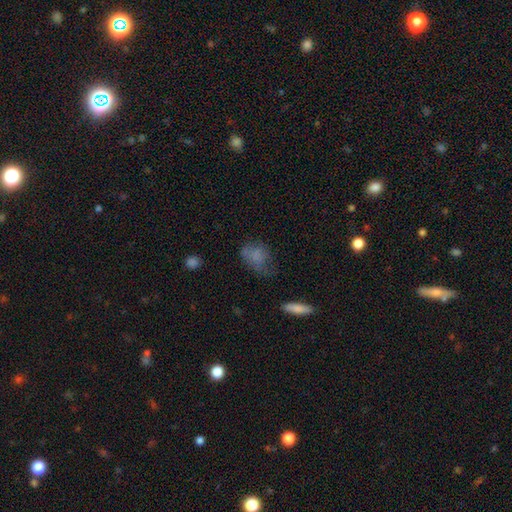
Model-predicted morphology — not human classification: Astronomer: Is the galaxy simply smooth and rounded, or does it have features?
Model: smooth — 71%.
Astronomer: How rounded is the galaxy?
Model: in between — 71%.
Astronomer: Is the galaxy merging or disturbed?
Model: none — 42% (runner-up: minor disturbance, 31%).